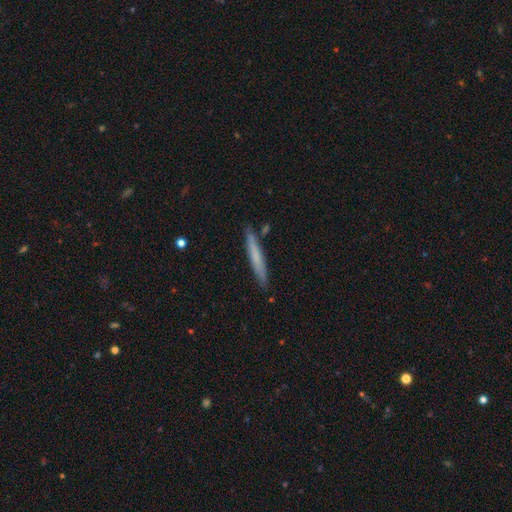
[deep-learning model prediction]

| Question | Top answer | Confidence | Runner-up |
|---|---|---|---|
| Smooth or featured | smooth | 63% | featured or disk (31%) |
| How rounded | cigar-shaped | 96% | in between (3%) |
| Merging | none | 87% | minor disturbance (9%) |